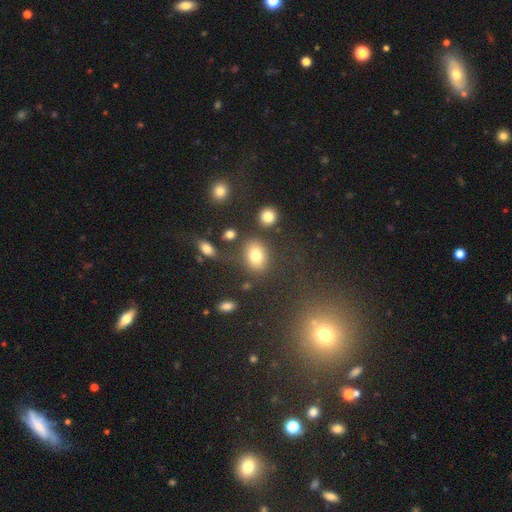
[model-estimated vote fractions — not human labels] smooth 77%, star or artifact 12%, featured or disk 11%. Down the decision tree: how rounded — in between (66%); merging — none (70%).